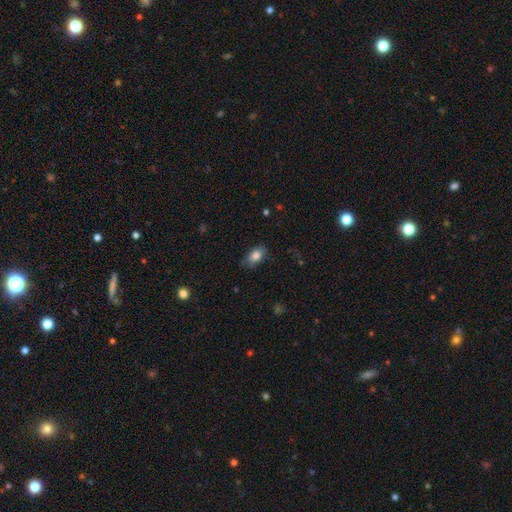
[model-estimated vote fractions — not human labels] Morphology: type=smooth (83%); roundness=in between (89%); merging=none (76%).